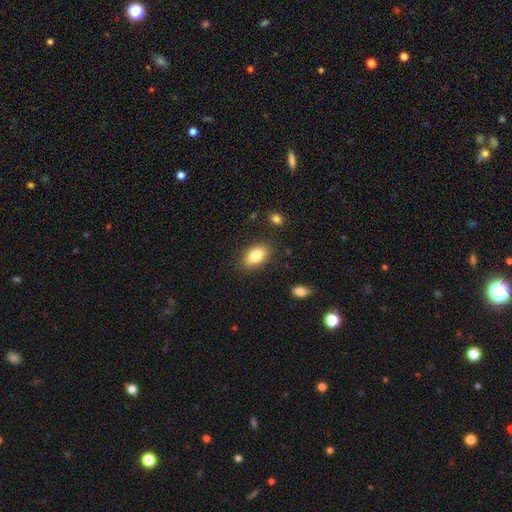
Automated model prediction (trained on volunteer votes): Overall: smooth (82%). How rounded: in between (91%). Merging: none (85%).